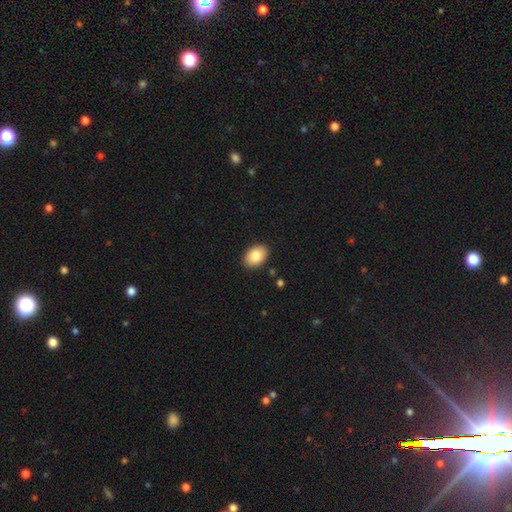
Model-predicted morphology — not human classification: A smooth galaxy with no disk features (86%) that is in between round and cigar-shaped (84%).

Vote fractions:
- Smooth or featured? smooth: 86% / featured or disk: 7% / star or artifact: 7%
- How rounded? in between: 84% / round: 15% / cigar-shaped: 1%
- Merging? none: 89% / minor disturbance: 8% / major disturbance: 2% / merger: 1%